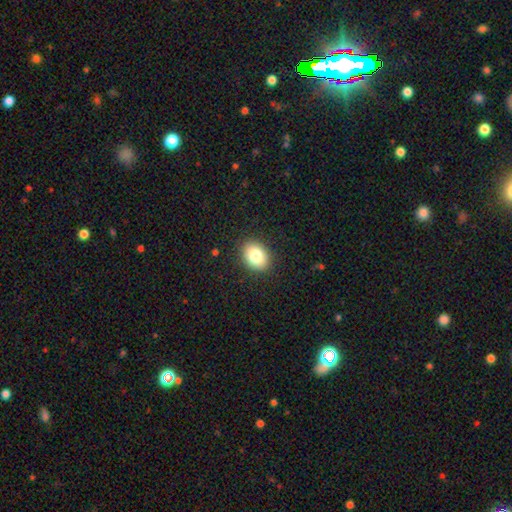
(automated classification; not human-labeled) This is clearly a smooth galaxy (82%). How rounded: likely in between (64%). Merging: clearly none (89%).